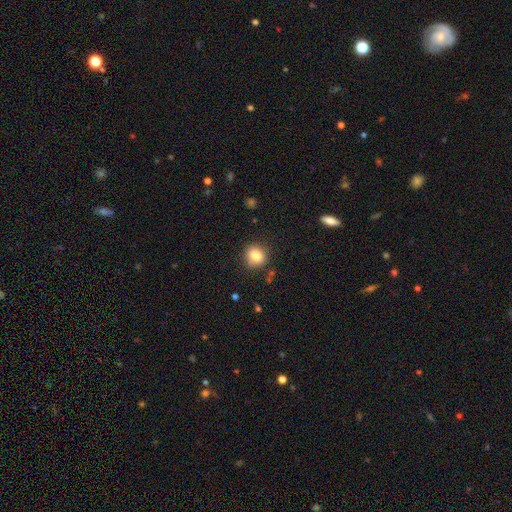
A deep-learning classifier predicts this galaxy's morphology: Overall: smooth (81%). How rounded: round (78%). Merging: none (80%).